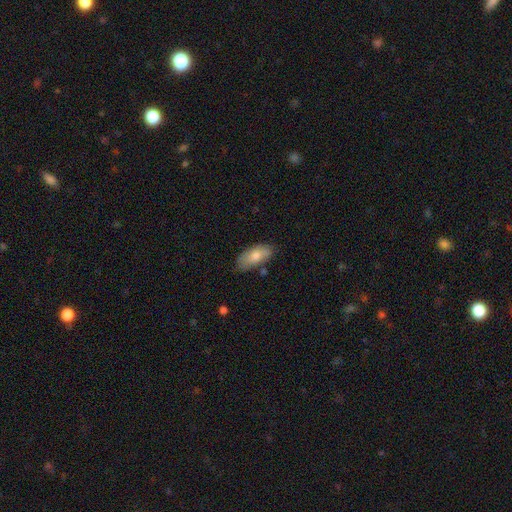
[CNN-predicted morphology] This is likely a smooth galaxy (74%). How rounded: clearly in between (90%). Merging: likely none (72%).